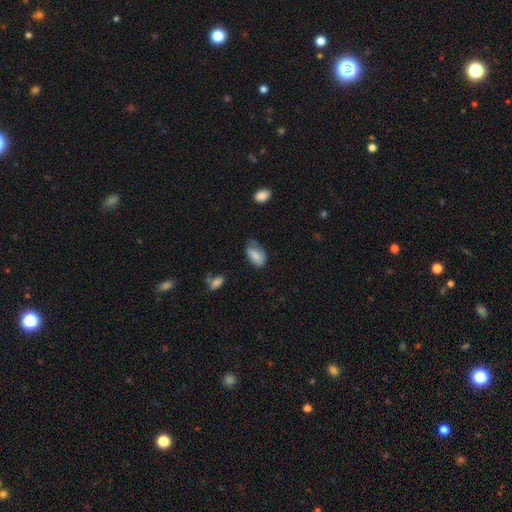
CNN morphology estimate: The model was most divided on "merging": none: 44%, minor disturbance: 41%, major disturbance: 14%, merger: 2%. More confident: how rounded — in between (93%); smooth or featured — smooth (81%).